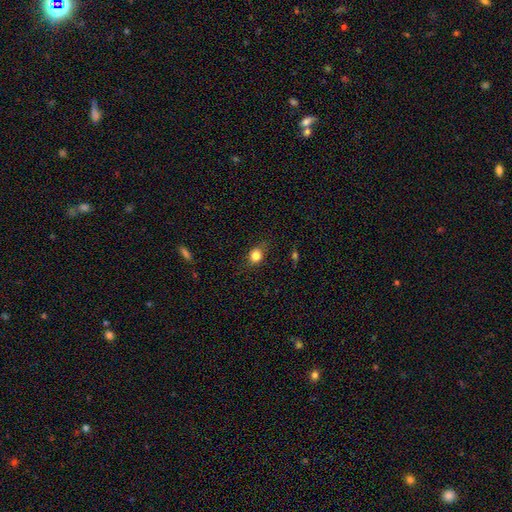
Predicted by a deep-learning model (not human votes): A smooth galaxy with no disk features (81%) that is round (61%). Merging: none (73%).